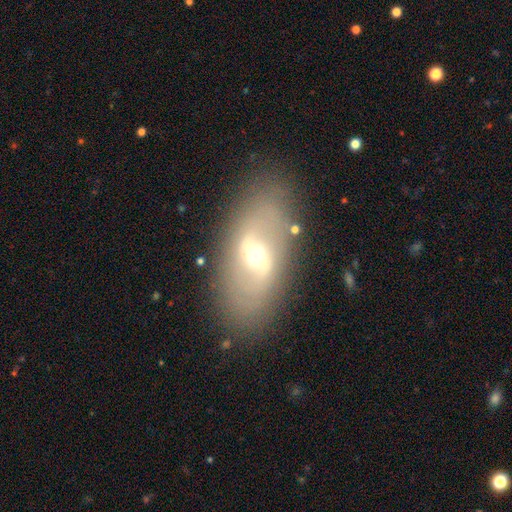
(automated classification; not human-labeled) The model was most divided on "spiral arms": yes: 51%, no: 49%. Remaining: edge-on disk — no (88%); merging — none (82%); smooth or featured — featured or disk (66%); bulge size — moderate (62%); bar — weak (48%).